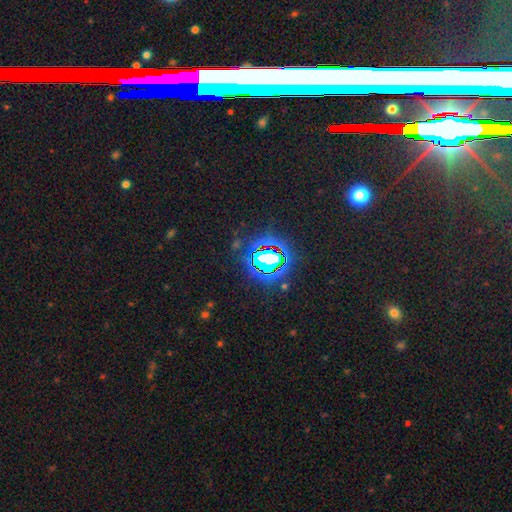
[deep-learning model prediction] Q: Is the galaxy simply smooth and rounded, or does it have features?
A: star or artifact — 77%.